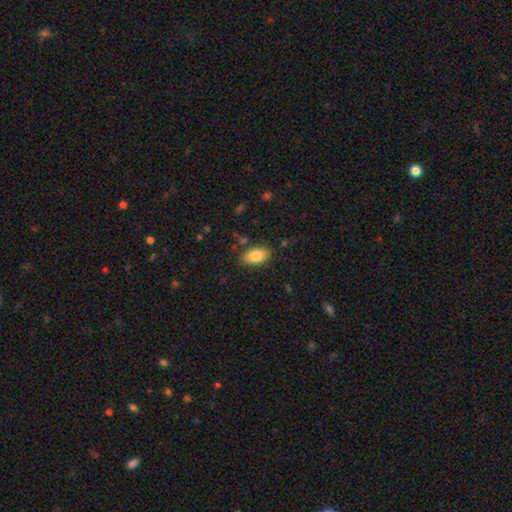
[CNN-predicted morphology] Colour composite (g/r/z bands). It shows a smooth galaxy with no disk features (85%) that is in between round and cigar-shaped (92%). Merging: none (83%).